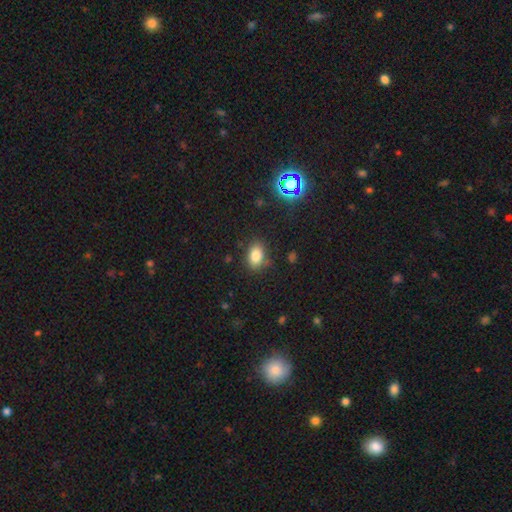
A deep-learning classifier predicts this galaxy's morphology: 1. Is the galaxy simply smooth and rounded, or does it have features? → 81% smooth, 12% star or artifact, 7% featured or disk.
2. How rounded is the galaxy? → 81% in between, 17% round, 2% cigar-shaped.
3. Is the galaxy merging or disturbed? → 80% none, 13% minor disturbance, 4% major disturbance, 3% merger.